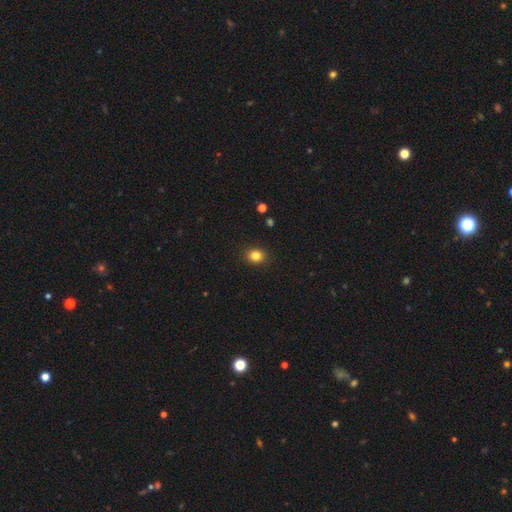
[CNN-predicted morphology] A smooth galaxy with no disk features (83%) that is round (67%). Merging: none (90%).